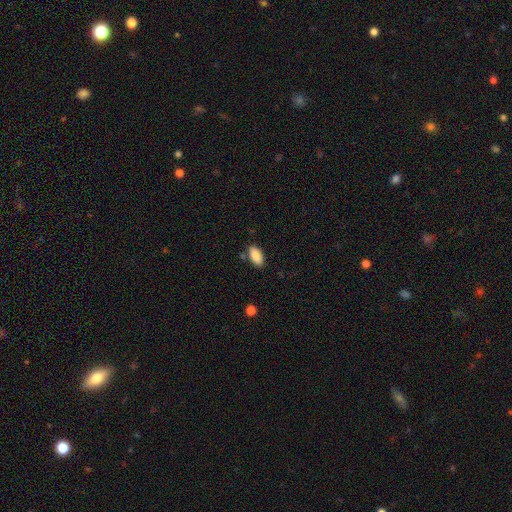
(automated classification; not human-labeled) smooth_or_featured: smooth (p=0.88) [alt: star or artifact p=0.07]
how_rounded: in between (p=0.93) [alt: cigar-shaped p=0.04]
merging: none (p=0.82) [alt: minor disturbance p=0.12]